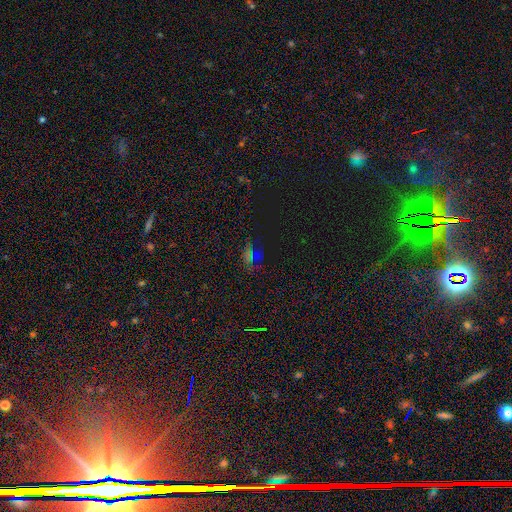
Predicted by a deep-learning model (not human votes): Smooth or featured: star or artifact — 54% (smooth — 33%)